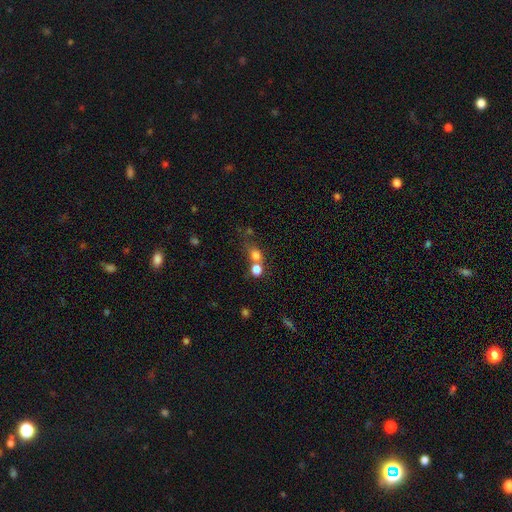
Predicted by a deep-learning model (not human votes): Morphology: type=smooth (74%); roundness=round (64%); merging=none (43%).